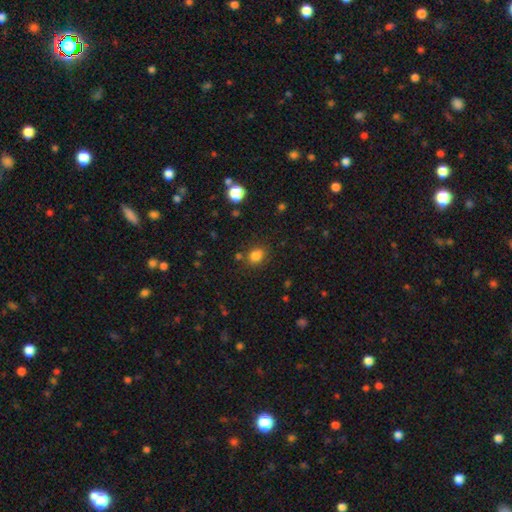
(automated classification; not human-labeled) smooth-or-featured: smooth: 82% | star or artifact: 13% | featured or disk: 5%
  how-rounded: round: 54% | in between: 45% | cigar-shaped: 1%
  merging: none: 77% | minor disturbance: 13% | merger: 6% | major disturbance: 4%